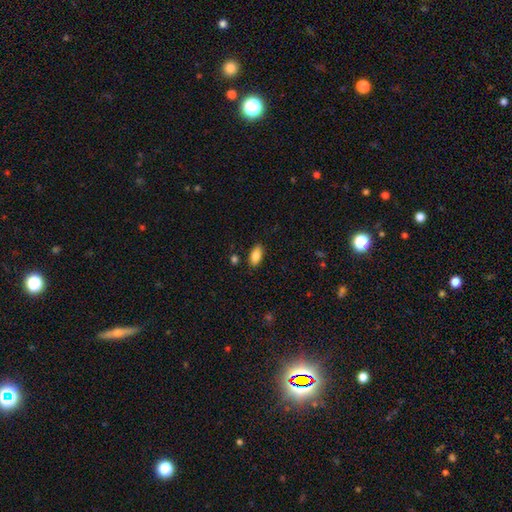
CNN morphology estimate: Smooth or featured?
  - smooth: 87% *
  - star or artifact: 8%
  - featured or disk: 6%
How rounded?
  - in between: 91% *
  - cigar-shaped: 6%
  - round: 3%
Merging?
  - none: 85% *
  - minor disturbance: 10%
  - major disturbance: 2%
  - merger: 2%